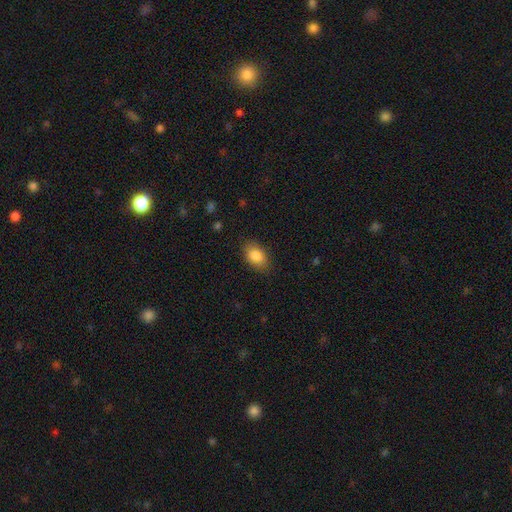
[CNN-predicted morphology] type=smooth (86%); roundness=in between (85%); merging=none (83%).